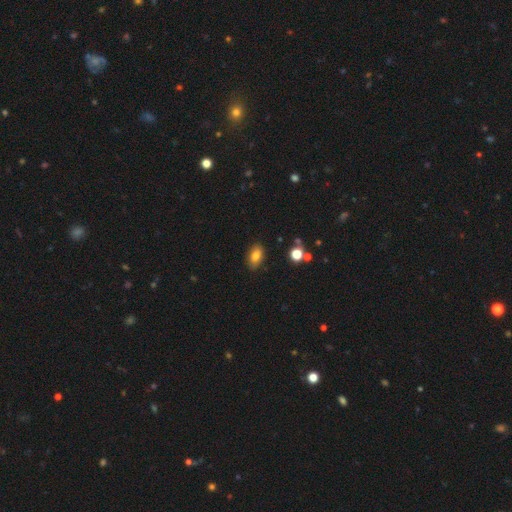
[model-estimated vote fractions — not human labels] The model was most divided on "smooth or featured": smooth: 80%, featured or disk: 10%, star or artifact: 10%. More confident: how rounded — in between (88%); merging — none (86%).